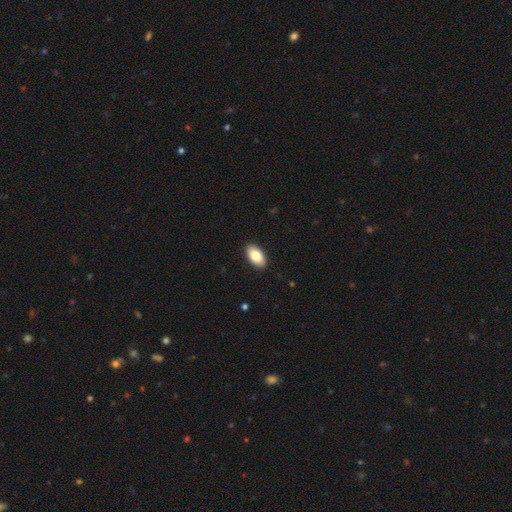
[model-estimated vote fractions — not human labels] The model was most divided on "smooth or featured": smooth: 85%, featured or disk: 9%, star or artifact: 6%. More confident: how rounded — in between (95%); merging — none (91%).